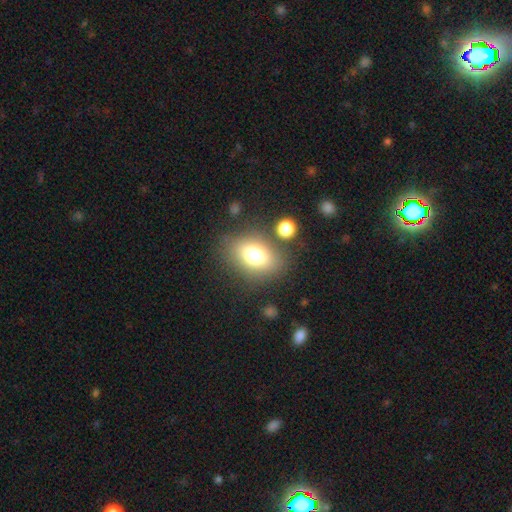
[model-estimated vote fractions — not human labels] A smooth galaxy with no disk features (75%) that is in between round and cigar-shaped (76%). Merging: none (76%).